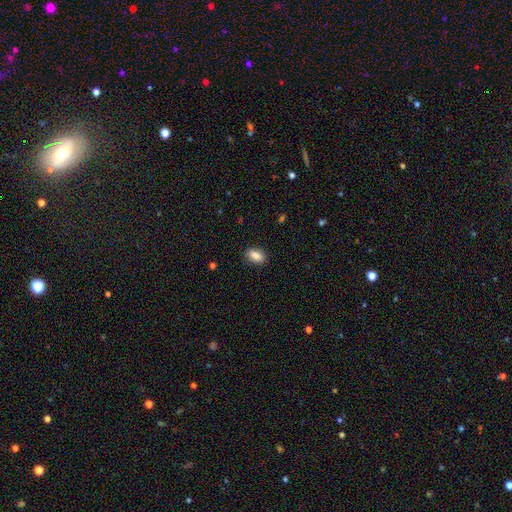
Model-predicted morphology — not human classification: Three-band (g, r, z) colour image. It shows a smooth galaxy with no disk features (87%) that is in between round and cigar-shaped (87%). Merging: none (87%).